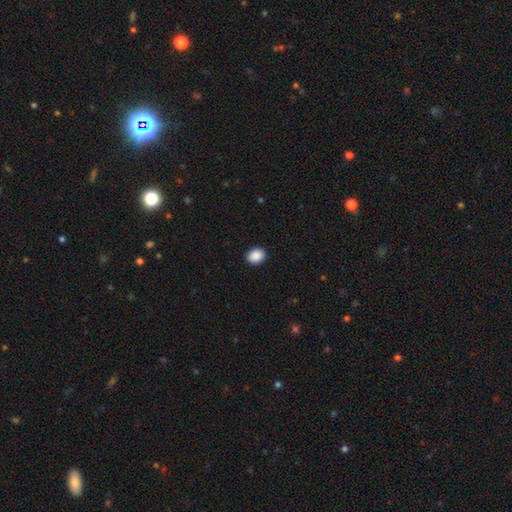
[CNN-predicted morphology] type=smooth (90%); roundness=round (54%); merging=none (92%).